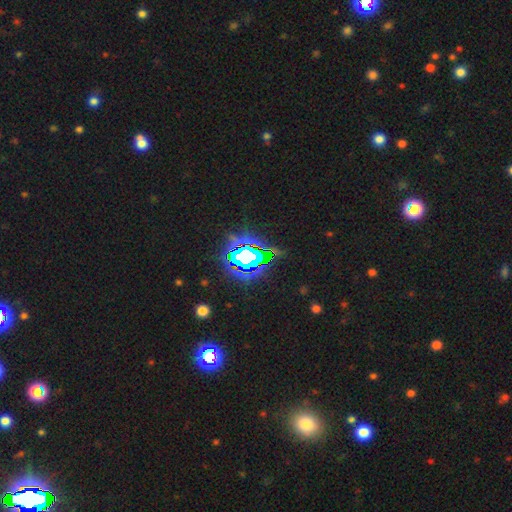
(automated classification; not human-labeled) Overall: star or artifact (78%).